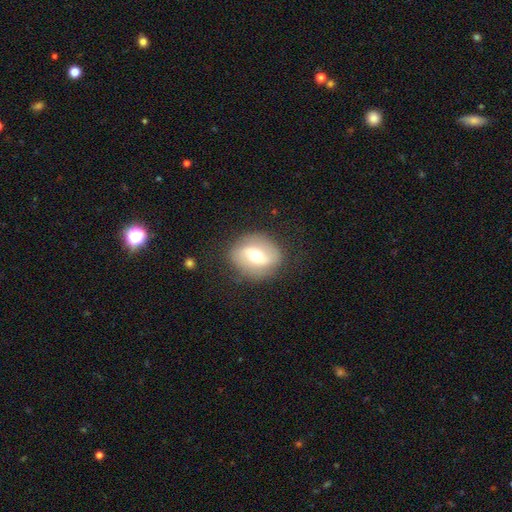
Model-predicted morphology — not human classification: This is possibly a featured or disk galaxy (55%). It is clearly not viewed edge-on (94%). Bar: marginally weak (39%). Spiral arm pattern: likely yes (66%). Central bulge: likely moderate (68%). Merging: likely none (79%).